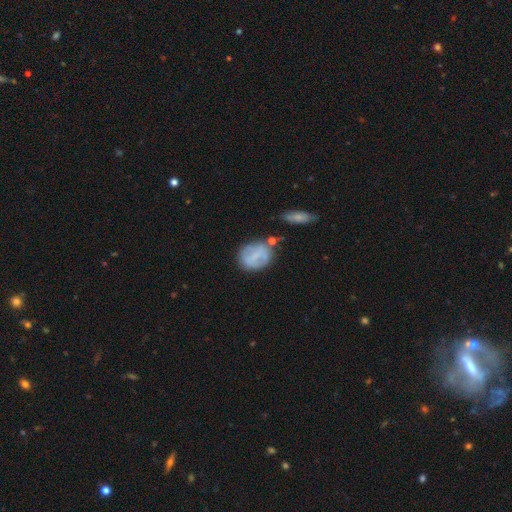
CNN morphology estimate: This is possibly a smooth galaxy (55%). How rounded: possibly round (50%). Merging: possibly none (60%).